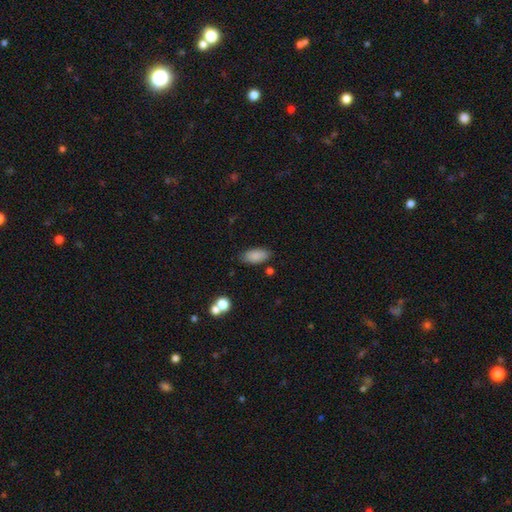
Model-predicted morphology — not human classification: Smooth or featured? Predicted: smooth (p=0.87). How rounded? Predicted: in between (p=0.89). Merging? Predicted: none (p=0.81).